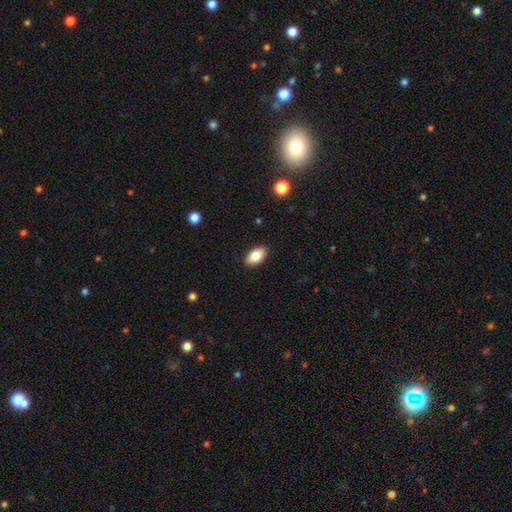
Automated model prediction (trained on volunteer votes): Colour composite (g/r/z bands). It shows a smooth galaxy with no disk features (83%) that is in between round and cigar-shaped (93%). Merging: none (89%).